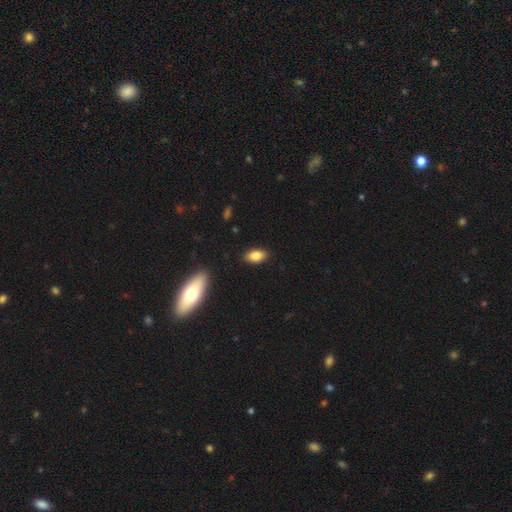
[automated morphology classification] smooth-or-featured: smooth: 85% | star or artifact: 8% | featured or disk: 7%
  how-rounded: in between: 91% | round: 5% | cigar-shaped: 5%
  merging: none: 87% | minor disturbance: 9% | major disturbance: 2% | merger: 1%